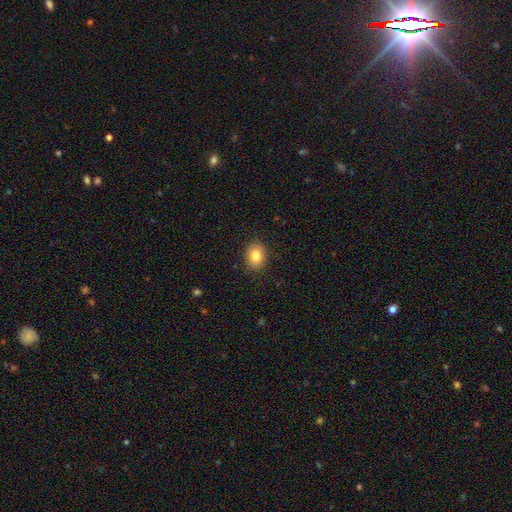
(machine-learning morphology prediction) smooth-or-featured: smooth: 83% | star or artifact: 9% | featured or disk: 8%
  how-rounded: in between: 60% | round: 39% | cigar-shaped: 1%
  merging: none: 88% | minor disturbance: 9% | major disturbance: 2% | merger: 1%